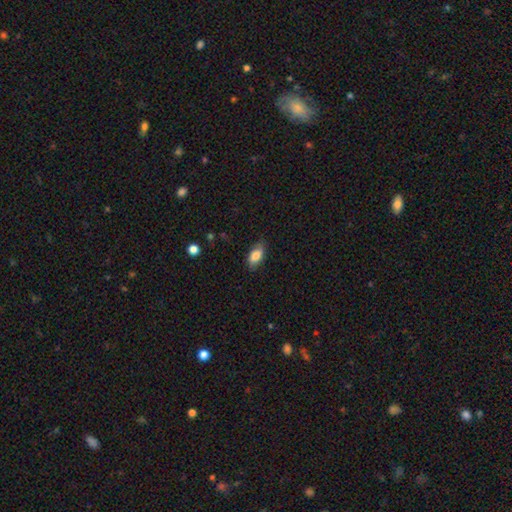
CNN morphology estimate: This is likely a smooth galaxy (78%). How rounded: clearly in between (89%). Merging: likely none (78%).